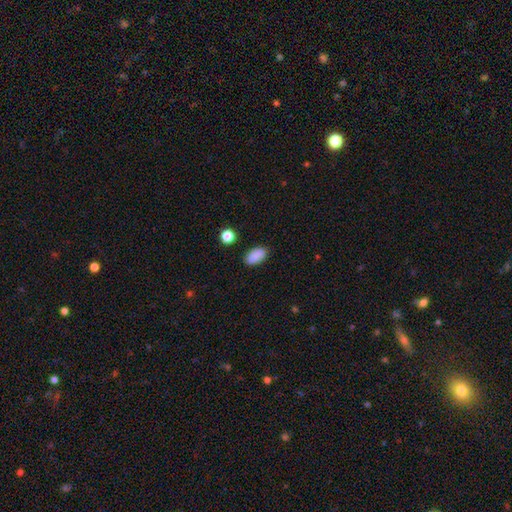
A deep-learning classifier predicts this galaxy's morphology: smooth_or_featured: smooth (p=0.89) [alt: star or artifact p=0.08]
how_rounded: in between (p=0.92) [alt: round p=0.05]
merging: none (p=0.88) [alt: minor disturbance p=0.08]